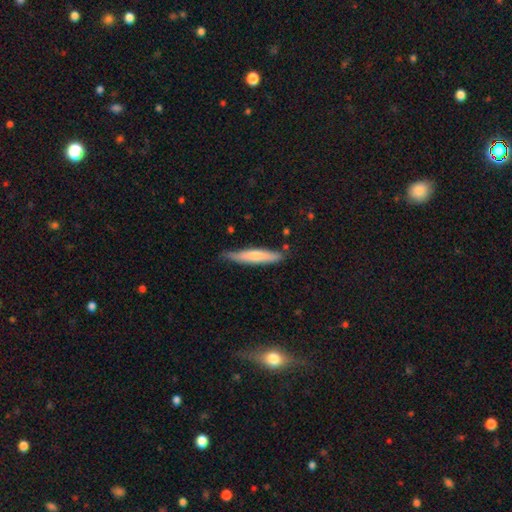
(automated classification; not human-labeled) smooth-or-featured: smooth: 68% | featured or disk: 27% | star or artifact: 5%
  how-rounded: cigar-shaped: 88% | in between: 11% | round: 1%
  merging: none: 72% | minor disturbance: 23% | major disturbance: 3% | merger: 2%